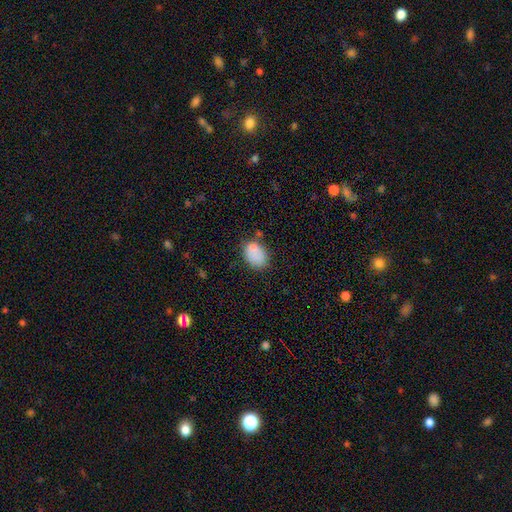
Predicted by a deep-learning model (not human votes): A smooth galaxy with no disk features (82%) that is in between round and cigar-shaped (79%). Merging: none (59%).